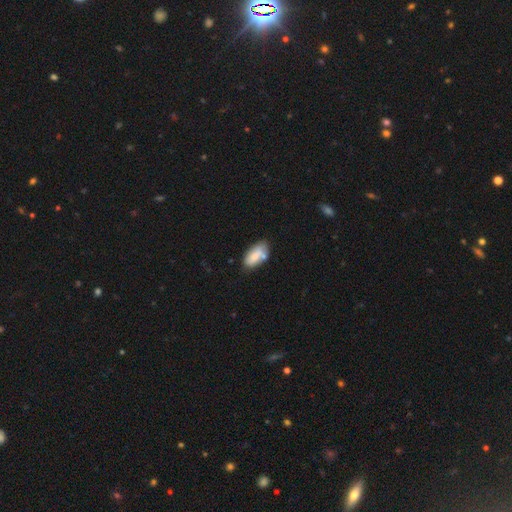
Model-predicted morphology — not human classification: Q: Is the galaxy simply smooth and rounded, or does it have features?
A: smooth — 77%.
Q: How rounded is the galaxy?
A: in between — 90%.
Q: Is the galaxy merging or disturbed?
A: none — 55%.